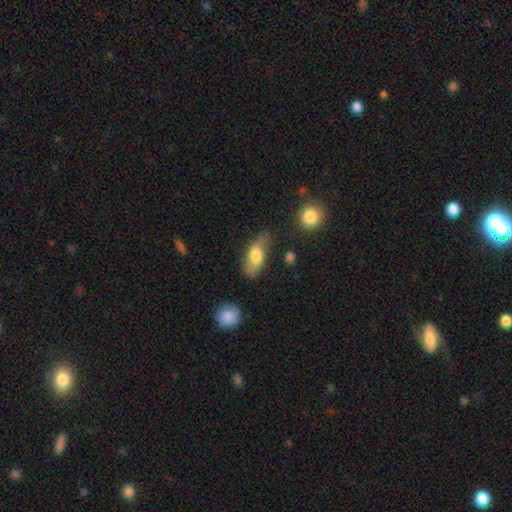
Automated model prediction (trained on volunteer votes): A smooth galaxy with no disk features (68%) that is in between round and cigar-shaped (76%).

Vote fractions:
- Smooth or featured? smooth: 68% / featured or disk: 25% / star or artifact: 7%
- How rounded? in between: 76% / cigar-shaped: 20% / round: 4%
- Merging? none: 65% / minor disturbance: 25% / major disturbance: 8% / merger: 3%